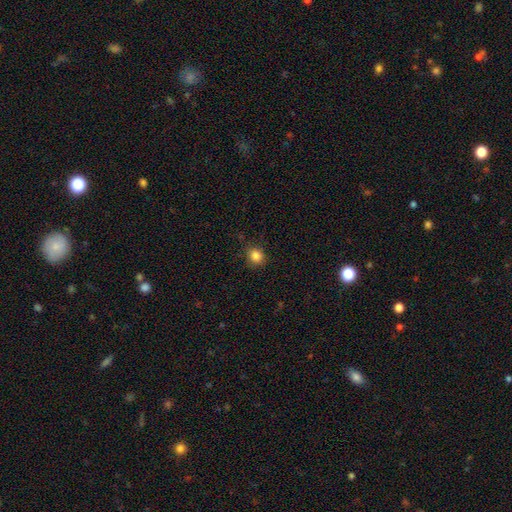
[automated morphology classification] Overall: smooth (84%). How rounded: round (84%). Merging: none (87%).